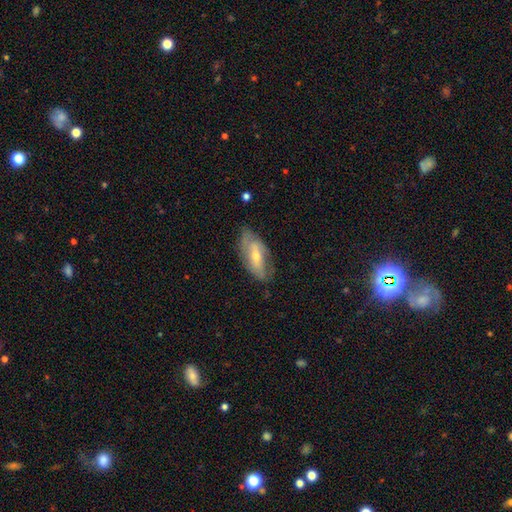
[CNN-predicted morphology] type=featured or disk (59%); edge-on=no (82%); merging=none (68%).